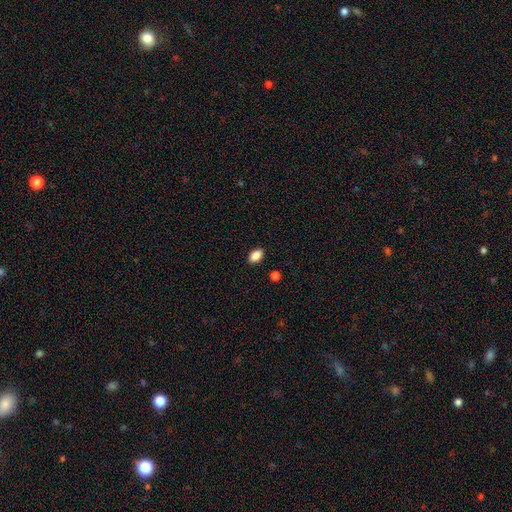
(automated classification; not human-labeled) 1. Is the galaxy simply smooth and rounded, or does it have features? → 88% smooth, 8% star or artifact, 4% featured or disk.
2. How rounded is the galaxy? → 89% in between, 9% round, 2% cigar-shaped.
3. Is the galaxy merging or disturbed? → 89% none, 8% minor disturbance, 2% major disturbance, 2% merger.